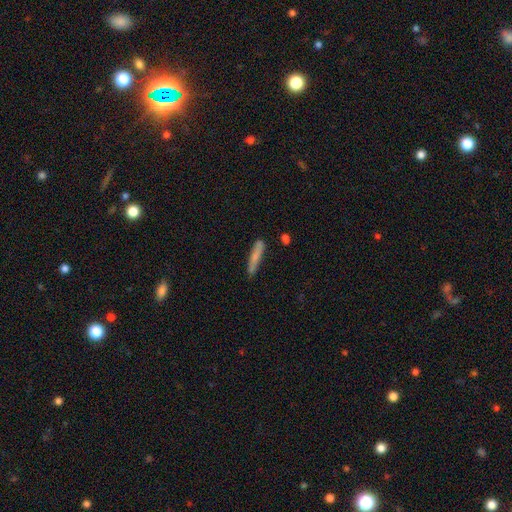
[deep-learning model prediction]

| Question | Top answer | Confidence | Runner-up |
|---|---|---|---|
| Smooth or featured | smooth | 73% | featured or disk (21%) |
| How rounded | cigar-shaped | 92% | in between (7%) |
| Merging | none | 80% | minor disturbance (15%) |